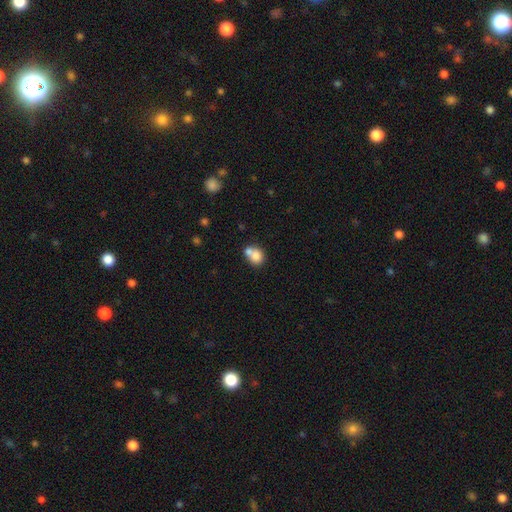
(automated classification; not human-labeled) Smooth or featured? Predicted: smooth (p=0.77). How rounded? Predicted: round (p=0.61). Merging? Predicted: merger (p=0.53).